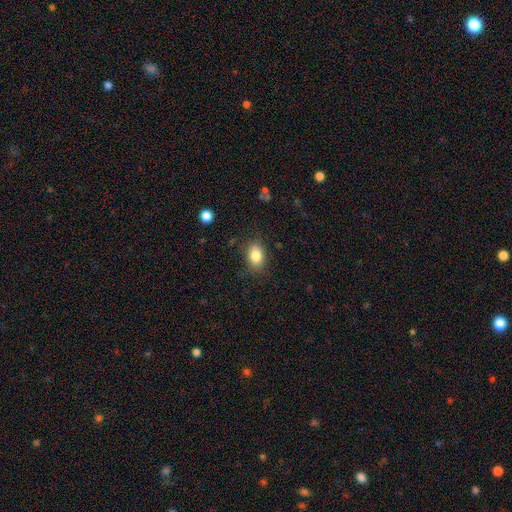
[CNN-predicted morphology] Smooth or featured? Predicted: smooth (p=0.83). How rounded? Predicted: in between (p=0.82). Merging? Predicted: none (p=0.81).